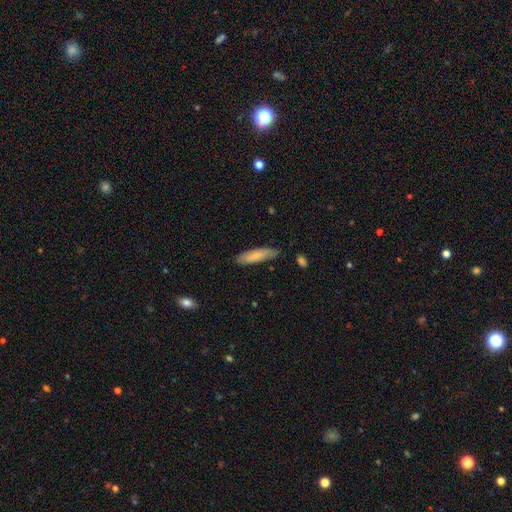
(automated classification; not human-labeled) Smooth or featured? smooth (79%)
How rounded? cigar-shaped (67%)
Merging? none (84%)